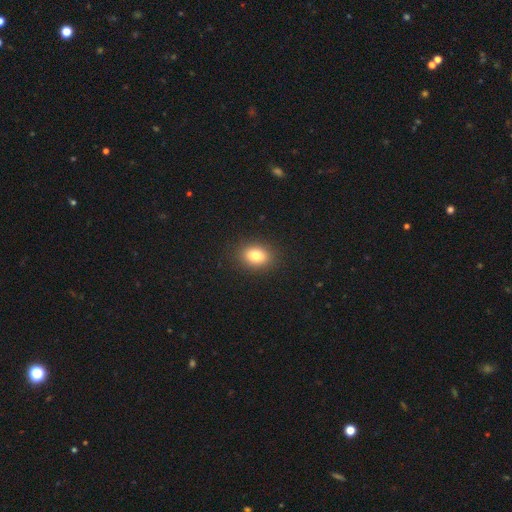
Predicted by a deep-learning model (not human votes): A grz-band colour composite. It shows a smooth galaxy with no disk features (81%) that is in between round and cigar-shaped (63%). Merging: none (89%).